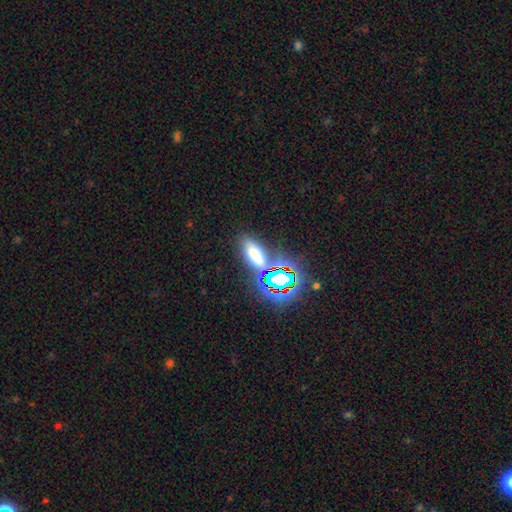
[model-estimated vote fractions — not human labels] Q: Smooth or featured?
A: smooth (55%); runner-up: star or artifact (35%)
Q: How rounded?
A: in between (69%); runner-up: cigar-shaped (19%)
Q: Merging?
A: none (73%); runner-up: minor disturbance (12%)